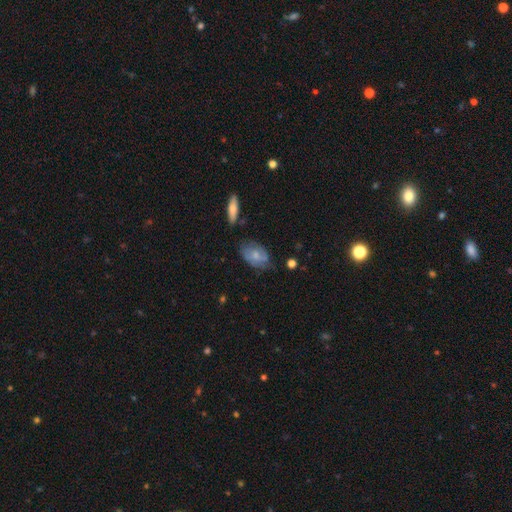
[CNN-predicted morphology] Q: Smooth or featured?
A: smooth (53%); runner-up: featured or disk (40%)
Q: How rounded?
A: in between (88%); runner-up: round (10%)
Q: Merging?
A: none (53%); runner-up: minor disturbance (32%)